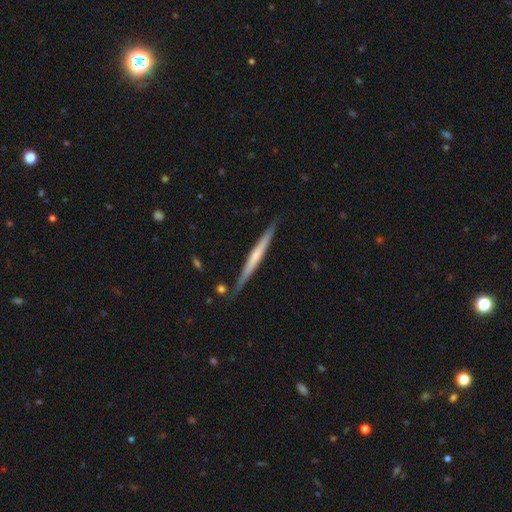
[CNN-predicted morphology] type=featured or disk (58%); edge-on=yes (97%); edge-on bulge=none (63%); merging=none (85%).